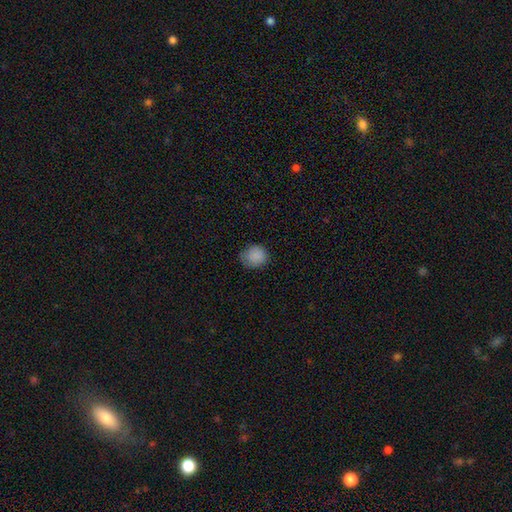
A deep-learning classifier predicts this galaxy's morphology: type=smooth (87%); roundness=round (74%); merging=none (73%).